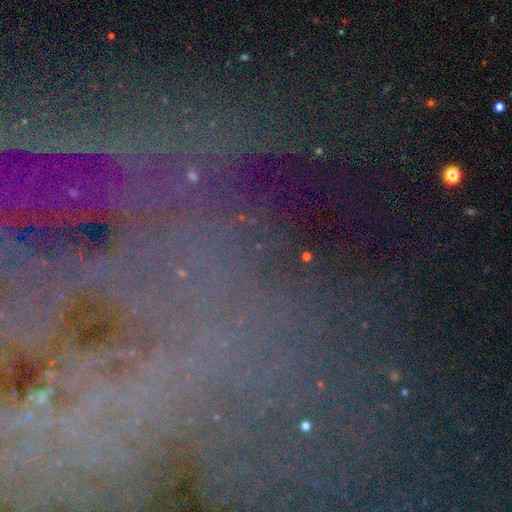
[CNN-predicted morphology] A star or artifact, not a galaxy (56%).

Vote fractions:
- Smooth or featured? star or artifact: 56% / featured or disk: 28% / smooth: 15%